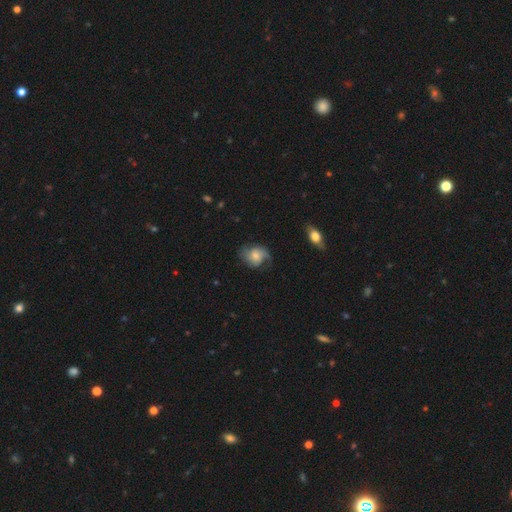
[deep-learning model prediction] smooth_or_featured: featured or disk (p=0.55) [alt: smooth p=0.37]
disk_edge_on: no (p=0.97) [alt: yes p=0.03]
bar: no (p=0.70) [alt: weak p=0.25]
has_spiral_arms: yes (p=0.89) [alt: no p=0.11]
bulge_size: small (p=0.44) [alt: moderate p=0.42]
merging: none (p=0.56) [alt: minor disturbance p=0.26]